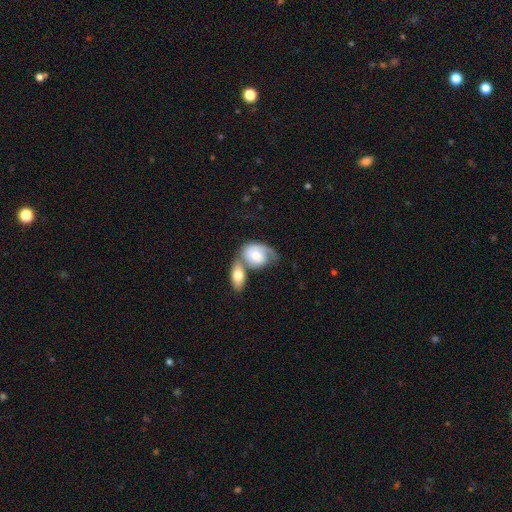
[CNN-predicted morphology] smooth_or_featured: smooth (p=0.49) [alt: featured or disk p=0.46]
merging: merger (p=0.54) [alt: none p=0.21]